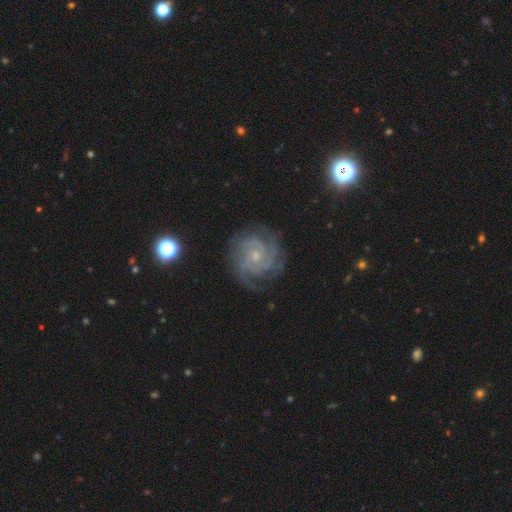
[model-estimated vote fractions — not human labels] Smooth or featured? featured or disk (87%)
Edge-on disk? no (98%)
Bar? no (68%)
Spiral arms? yes (98%)
Spiral winding? tight (71%)
Spiral arm count? 3 (29%)
Bulge size? small (68%)
Merging? none (77%)